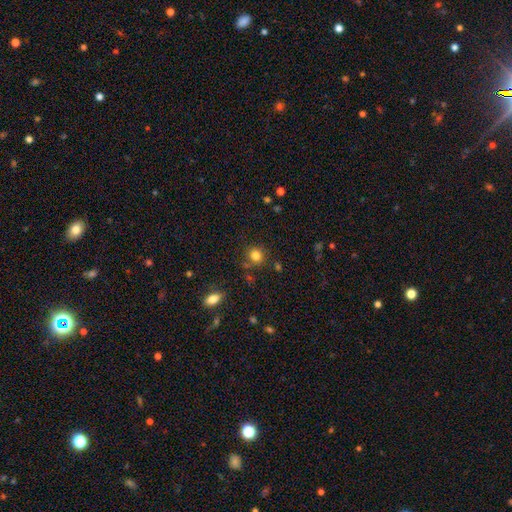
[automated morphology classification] Q: Smooth or featured?
A: smooth (82%); runner-up: star or artifact (12%)
Q: How rounded?
A: round (85%); runner-up: in between (14%)
Q: Merging?
A: none (80%); runner-up: minor disturbance (11%)